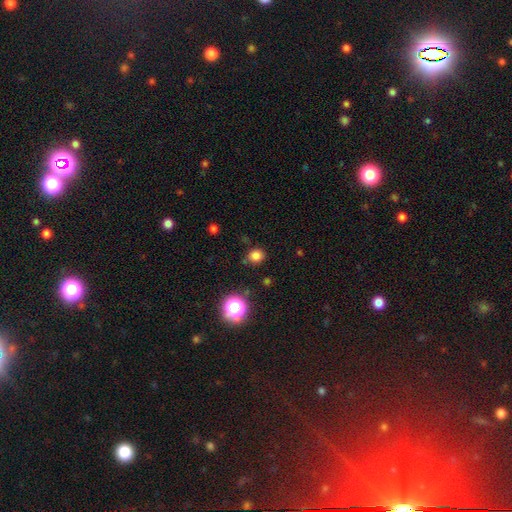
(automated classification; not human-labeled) Q: Smooth or featured?
A: smooth (79%); runner-up: star or artifact (17%)
Q: How rounded?
A: round (81%); runner-up: in between (18%)
Q: Merging?
A: none (83%); runner-up: minor disturbance (11%)